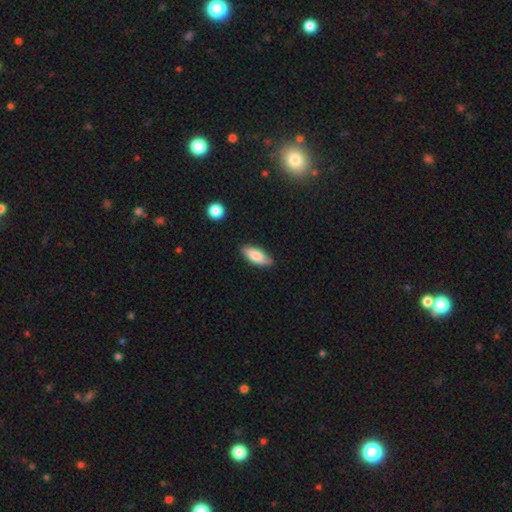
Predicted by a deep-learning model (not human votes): Smooth or featured: smooth — 79% (featured or disk — 15%)
How rounded: in between — 78% (cigar-shaped — 19%)
Merging: none — 84% (minor disturbance — 12%)